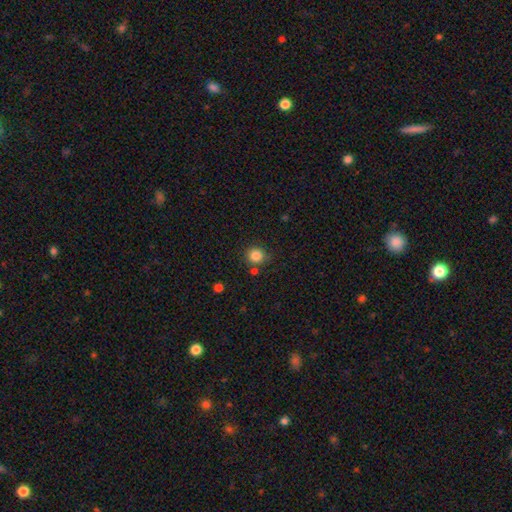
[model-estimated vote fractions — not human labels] Smooth or featured: smooth — 84% (star or artifact — 11%)
How rounded: round — 91% (in between — 8%)
Merging: none — 81% (minor disturbance — 9%)